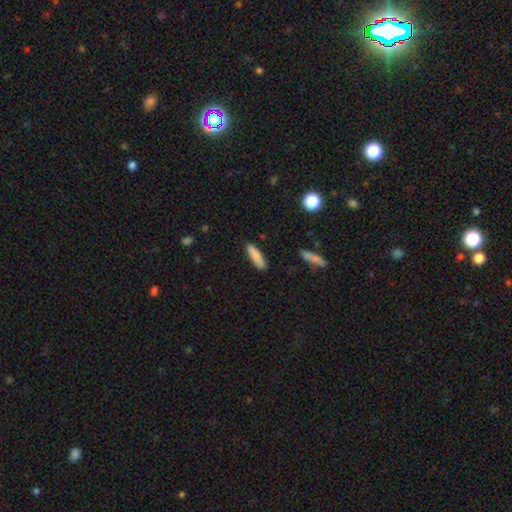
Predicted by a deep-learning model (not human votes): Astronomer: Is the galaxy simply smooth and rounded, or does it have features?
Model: smooth — 84%.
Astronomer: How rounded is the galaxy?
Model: cigar-shaped — 64%.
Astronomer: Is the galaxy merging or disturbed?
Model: none — 88%.